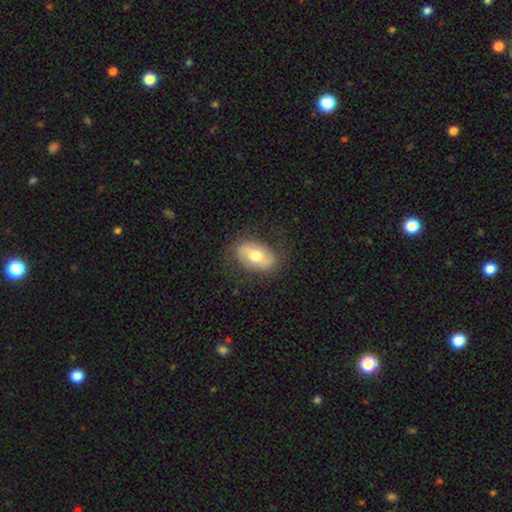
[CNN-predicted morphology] A smooth galaxy with no disk features (56%) that is in between round and cigar-shaped (87%). Merging: none (77%).